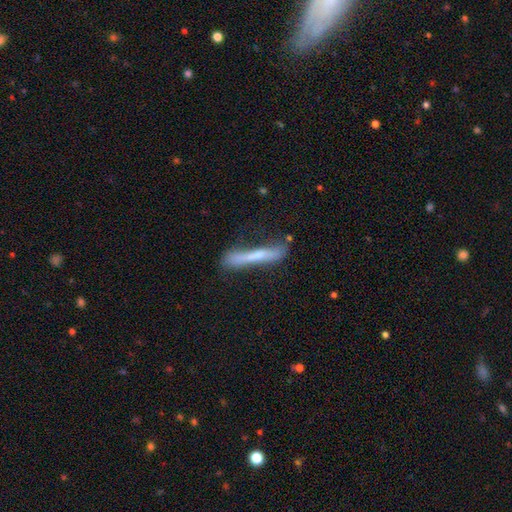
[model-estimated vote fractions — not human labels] Morphology: type=smooth (48%); merging=none (64%).